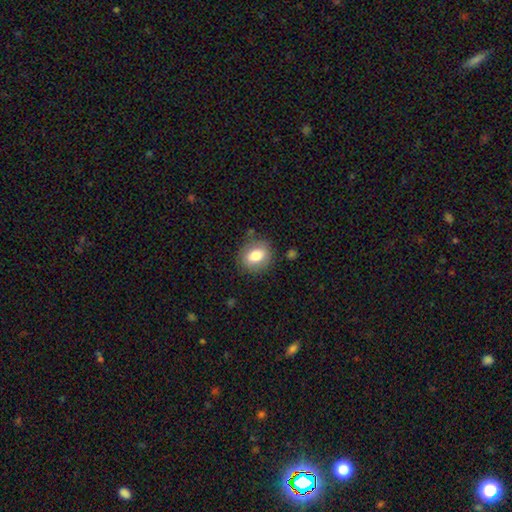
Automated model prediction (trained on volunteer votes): This appears to be a smooth galaxy with no disk features (80%) that is in between round and cigar-shaped (56%). Merging: none (80%).